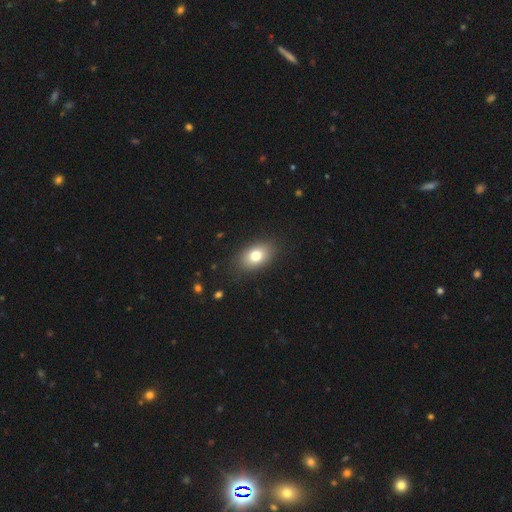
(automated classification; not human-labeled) This appears to be a smooth galaxy with no disk features (77%) that is in between round and cigar-shaped (85%). Merging: none (86%).